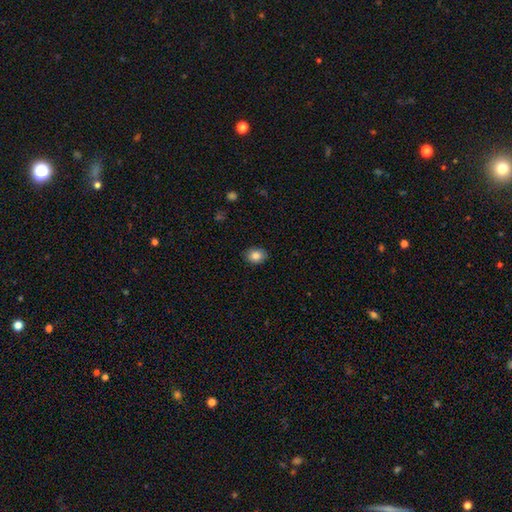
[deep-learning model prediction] Overall: smooth (84%). How rounded: in between (57%; round 42%). Merging: none (88%).